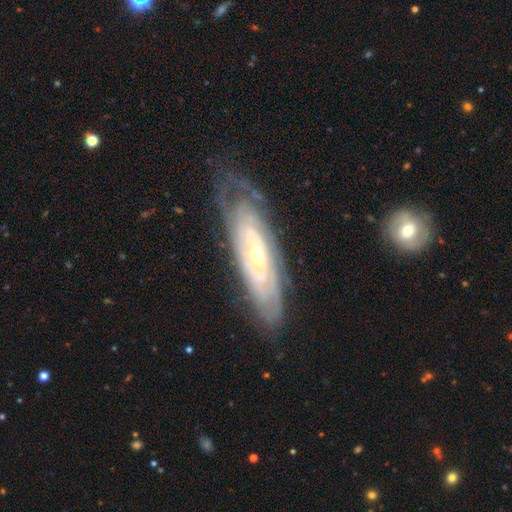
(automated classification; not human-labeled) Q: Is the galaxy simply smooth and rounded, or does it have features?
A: featured or disk — 83%.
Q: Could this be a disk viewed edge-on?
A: no — 81%.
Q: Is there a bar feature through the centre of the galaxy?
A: no — 74%.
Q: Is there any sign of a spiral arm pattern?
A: yes — 88%.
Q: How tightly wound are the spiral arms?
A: tight — 81%.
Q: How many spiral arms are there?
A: can't tell — 63%.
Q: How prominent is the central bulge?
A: small — 64%.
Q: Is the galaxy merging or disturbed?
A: none — 71%.